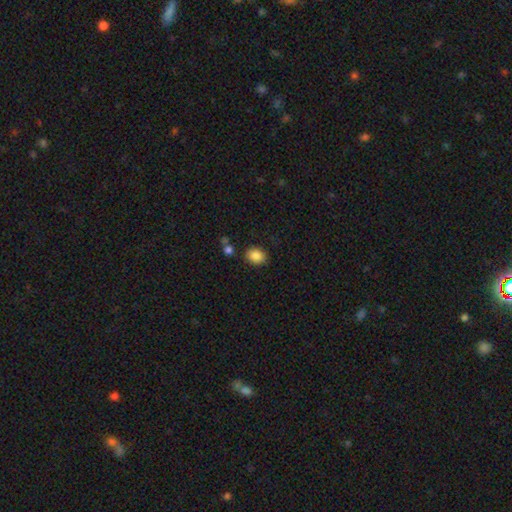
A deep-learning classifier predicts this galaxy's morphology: A smooth galaxy with no disk features (87%) that is in between round and cigar-shaped (53%). Merging: none (80%).